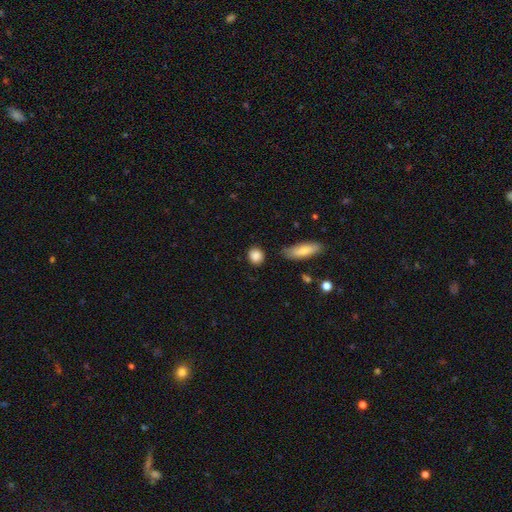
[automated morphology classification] The model was most divided on "how rounded": round: 70%, in between: 27%, cigar-shaped: 3%. More confident: smooth or featured — smooth (87%); merging — none (82%).